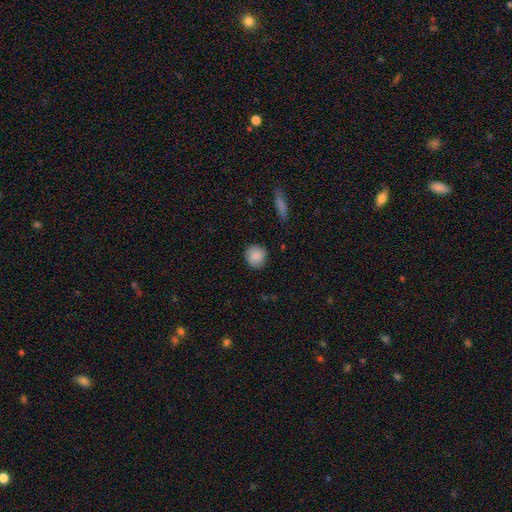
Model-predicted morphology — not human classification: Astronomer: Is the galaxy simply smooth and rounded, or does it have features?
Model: smooth — 88%.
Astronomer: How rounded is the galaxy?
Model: round — 90%.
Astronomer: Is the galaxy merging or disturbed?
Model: none — 87%.